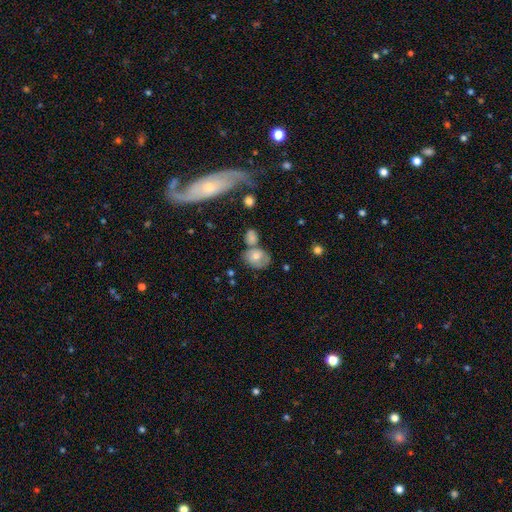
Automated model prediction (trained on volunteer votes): This is likely a smooth galaxy (61%). How rounded: possibly in between (55%). Merging: possibly none (51%).